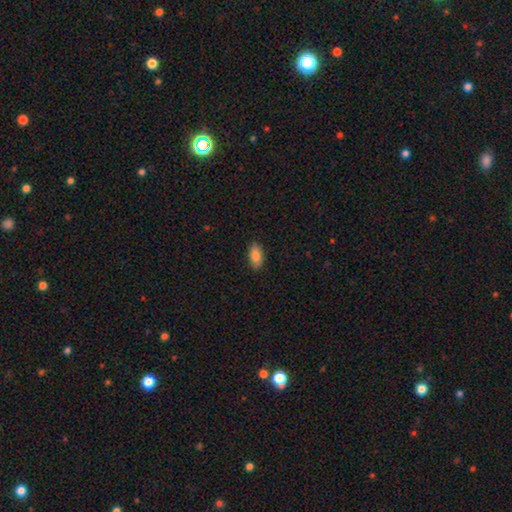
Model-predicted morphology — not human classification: The model was most divided on "smooth or featured": smooth: 85%, featured or disk: 8%, star or artifact: 7%. More confident: how rounded — in between (90%); merging — none (87%).